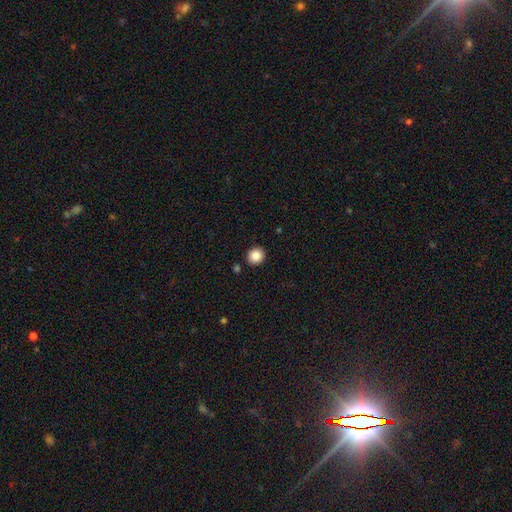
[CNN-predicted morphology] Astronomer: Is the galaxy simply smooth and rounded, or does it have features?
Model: smooth — 87%.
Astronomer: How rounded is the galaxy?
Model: round — 89%.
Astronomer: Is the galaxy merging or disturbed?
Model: none — 90%.